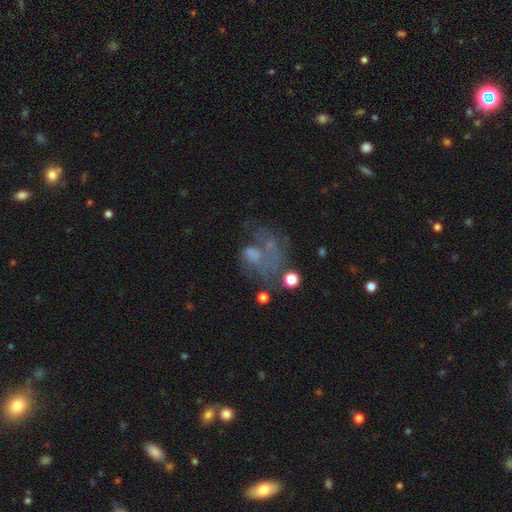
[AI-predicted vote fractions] A featured or disk galaxy (48%).

Vote fractions:
- Smooth or featured? featured or disk: 48% / smooth: 32% / star or artifact: 19%
- Merging? major disturbance: 44% / none: 26% / merger: 16% / minor disturbance: 15%